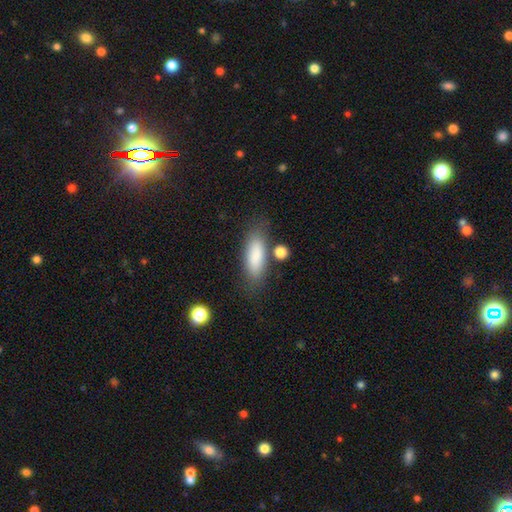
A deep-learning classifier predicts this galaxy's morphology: Overall: smooth (84%). How rounded: in between (63%; cigar-shaped 34%). Merging: none (72%).